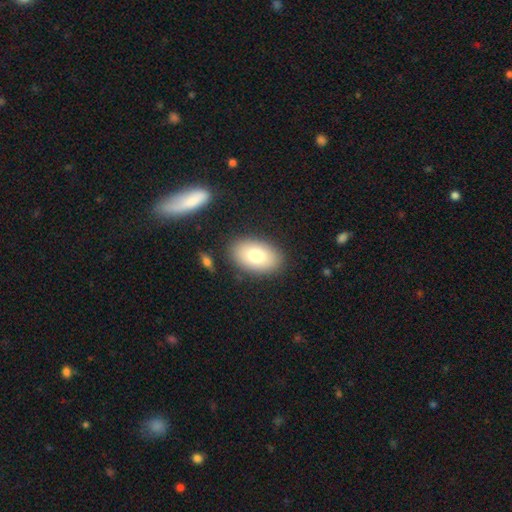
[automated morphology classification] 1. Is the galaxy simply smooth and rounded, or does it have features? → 75% smooth, 16% featured or disk, 8% star or artifact.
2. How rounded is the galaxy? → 88% in between, 11% round, 1% cigar-shaped.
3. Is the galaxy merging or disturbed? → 86% none, 9% minor disturbance, 3% major disturbance, 2% merger.